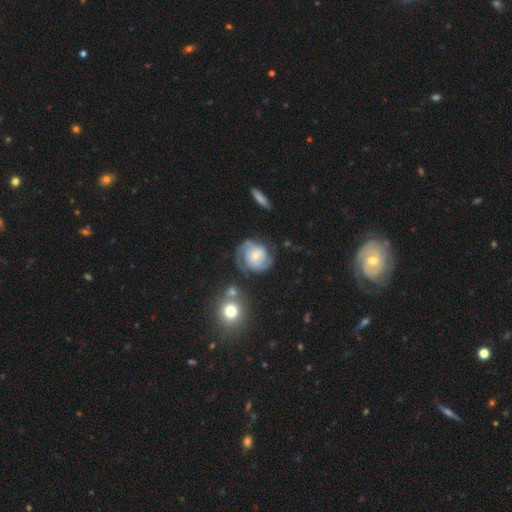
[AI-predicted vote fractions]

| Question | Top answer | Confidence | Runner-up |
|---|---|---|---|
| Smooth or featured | featured or disk | 73% | smooth (21%) |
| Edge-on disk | no | 98% | yes (2%) |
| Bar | no | 67% | weak (28%) |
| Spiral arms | yes | 92% | no (8%) |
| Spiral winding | tight | 60% | medium (31%) |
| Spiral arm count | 2 | 49% | can't tell (25%) |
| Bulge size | moderate | 44% | tied: small (44%) |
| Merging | none | 60% | minor disturbance (21%) |